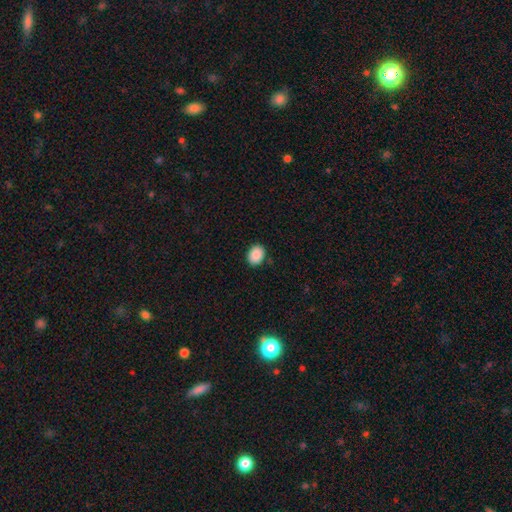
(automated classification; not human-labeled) Overall: smooth (89%). How rounded: in between (66%; round 33%). Merging: none (89%).